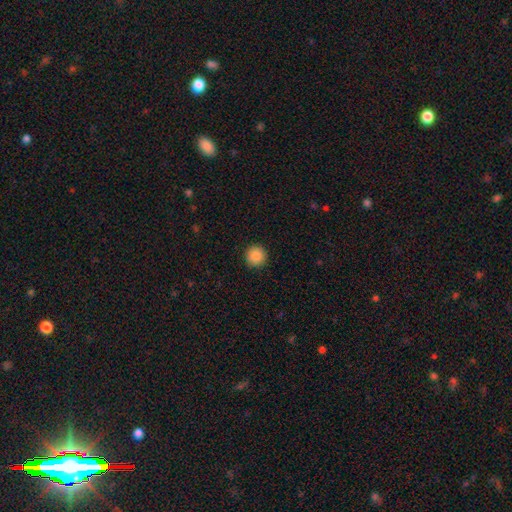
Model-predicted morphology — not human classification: The model was most divided on "smooth or featured": smooth: 88%, star or artifact: 9%, featured or disk: 3%. More confident: how rounded — round (96%); merging — none (93%).